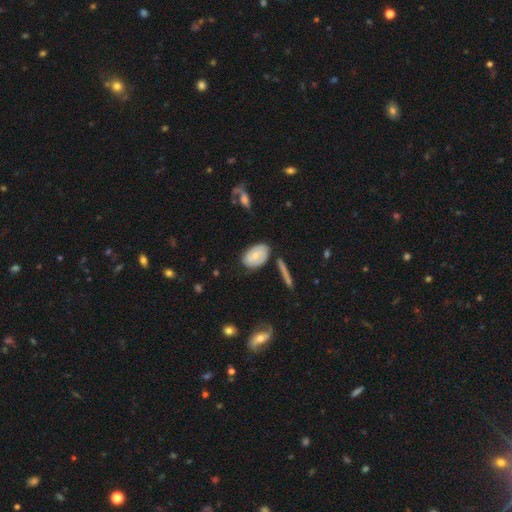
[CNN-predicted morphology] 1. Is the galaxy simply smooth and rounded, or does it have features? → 50% smooth, 42% featured or disk, 7% star or artifact.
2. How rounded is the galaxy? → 87% in between, 11% round, 3% cigar-shaped.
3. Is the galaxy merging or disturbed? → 67% none, 21% minor disturbance, 6% major disturbance, 6% merger.